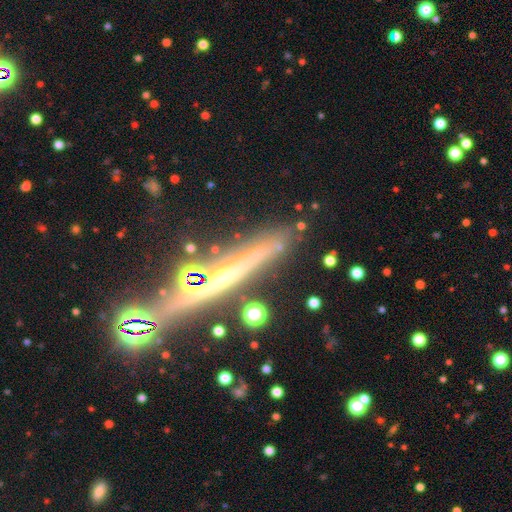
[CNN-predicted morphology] Smooth or featured? featured or disk (68%)
Edge-on disk? yes (92%)
Edge-on bulge? rounded (63%)
Merging? none (75%)